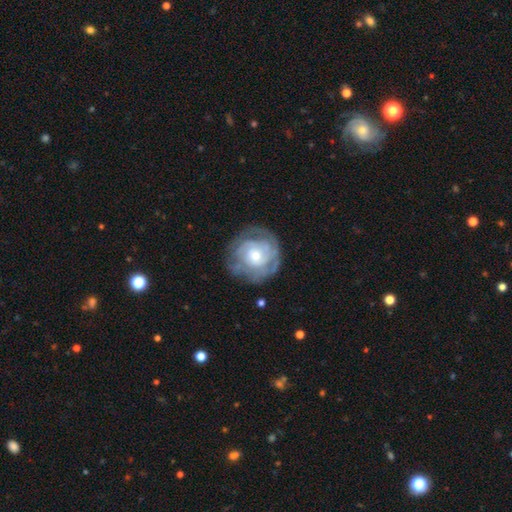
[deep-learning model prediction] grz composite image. It shows a featured or disk galaxy (74%) with no bar (78%), tight (70%) spiral arms (83%) and a moderate central bulge (51%). Merging: none (73%).